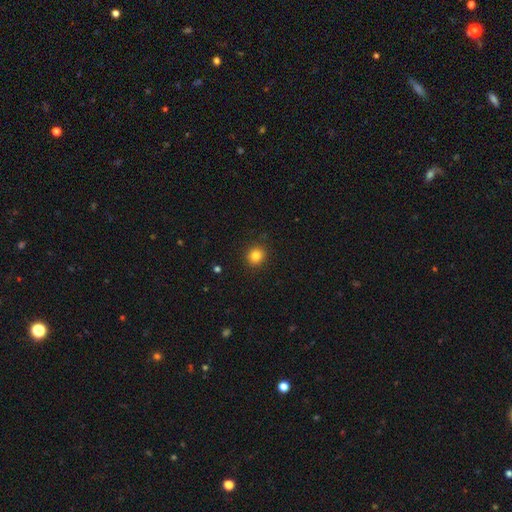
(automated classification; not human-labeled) Morphology: type=smooth (83%); roundness=round (88%); merging=none (90%).